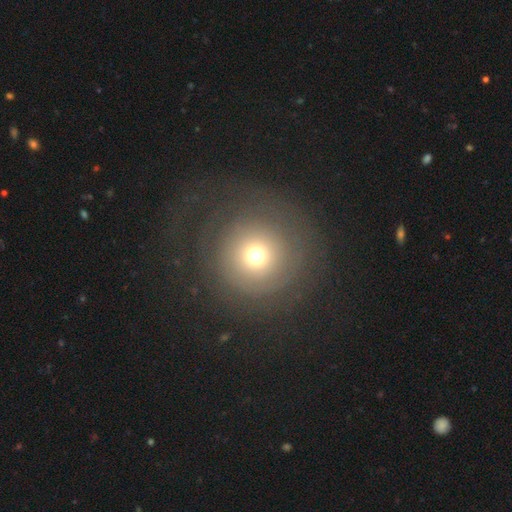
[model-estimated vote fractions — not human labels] This is likely a smooth galaxy (62%). How rounded: clearly round (95%). Merging: likely none (76%).